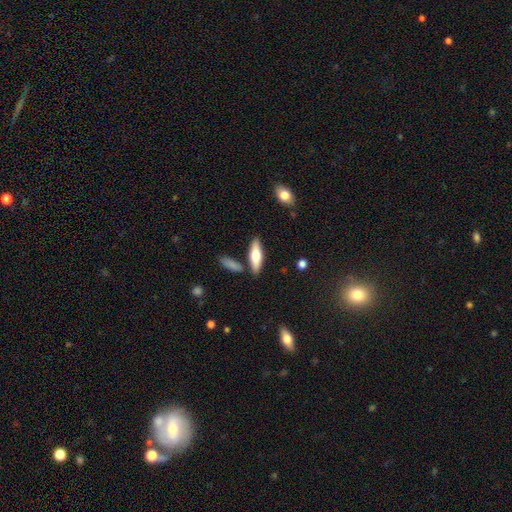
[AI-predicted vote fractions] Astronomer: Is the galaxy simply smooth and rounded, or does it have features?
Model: smooth — 64%.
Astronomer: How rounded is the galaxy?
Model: cigar-shaped — 53% (runner-up: in between, 45%).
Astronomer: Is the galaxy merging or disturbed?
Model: none — 80%.